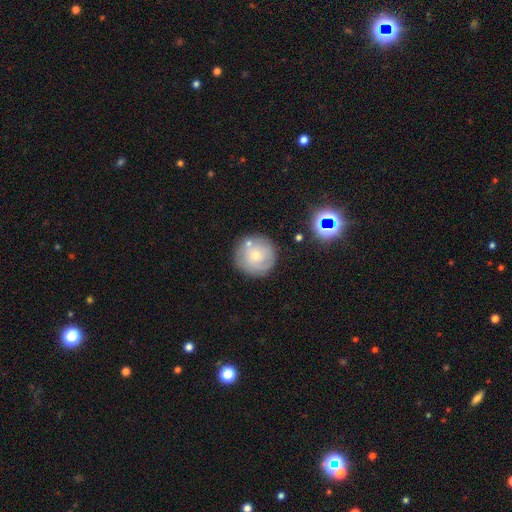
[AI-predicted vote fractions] Morphology: type=smooth (62%); roundness=round (96%); merging=none (77%).